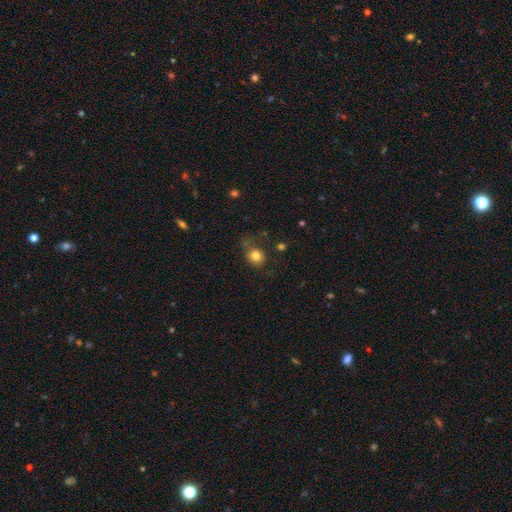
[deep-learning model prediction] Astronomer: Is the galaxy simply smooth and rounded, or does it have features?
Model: smooth — 80%.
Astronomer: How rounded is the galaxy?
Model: round — 71%.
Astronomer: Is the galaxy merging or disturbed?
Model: none — 61%.